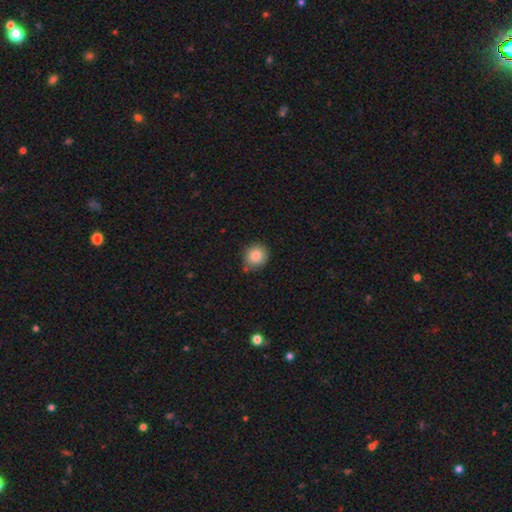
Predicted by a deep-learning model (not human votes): This is clearly a smooth galaxy (85%). How rounded: clearly round (85%). Merging: likely none (79%).